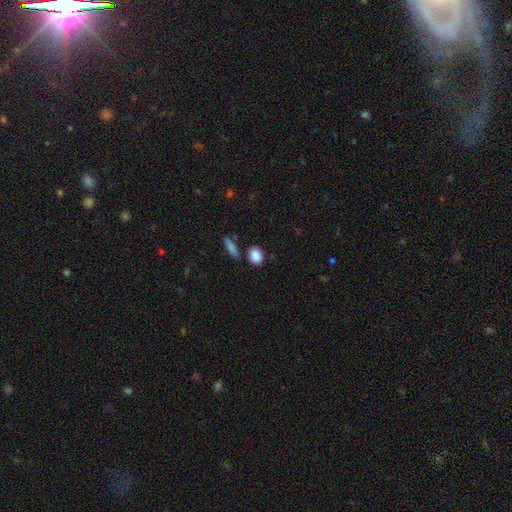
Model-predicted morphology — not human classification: Smooth or featured? smooth (88%)
How rounded? in between (54%)
Merging? none (79%)